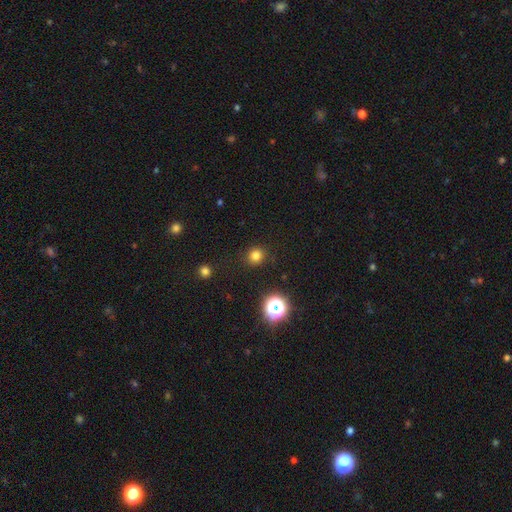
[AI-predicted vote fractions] smooth_or_featured: smooth (p=0.79) [alt: star or artifact p=0.16]
how_rounded: round (p=0.92) [alt: in between p=0.07]
merging: none (p=0.91) [alt: minor disturbance p=0.06]